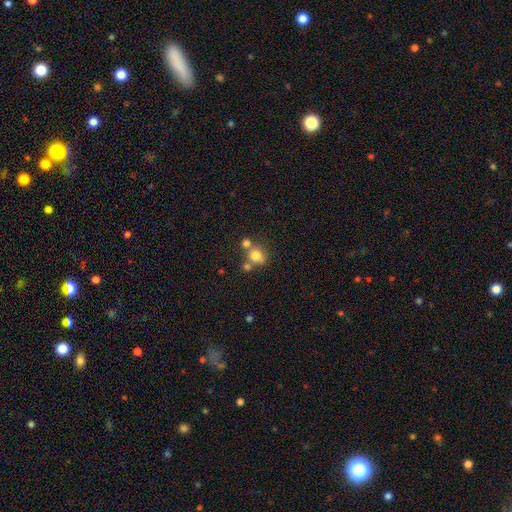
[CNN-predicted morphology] A smooth galaxy with no disk features (76%) that is round (81%).

Vote fractions:
- Smooth or featured? smooth: 76% / star or artifact: 13% / featured or disk: 11%
- How rounded? round: 81% / in between: 18% / cigar-shaped: 1%
- Merging? none: 50% / merger: 35% / minor disturbance: 10% / major disturbance: 5%